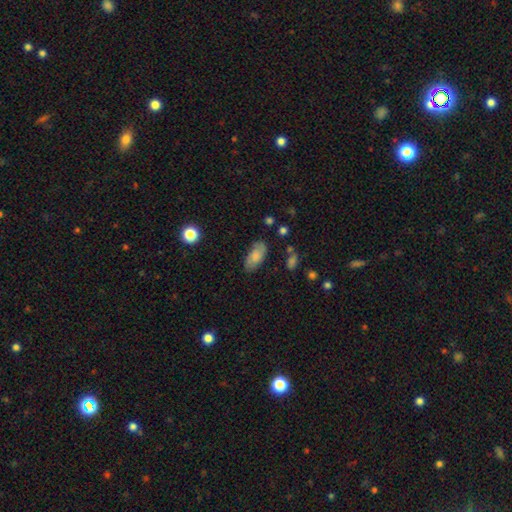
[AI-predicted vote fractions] smooth_or_featured: smooth (p=0.71) [alt: featured or disk p=0.21]
how_rounded: in between (p=0.91) [alt: cigar-shaped p=0.06]
merging: none (p=0.74) [alt: minor disturbance p=0.19]